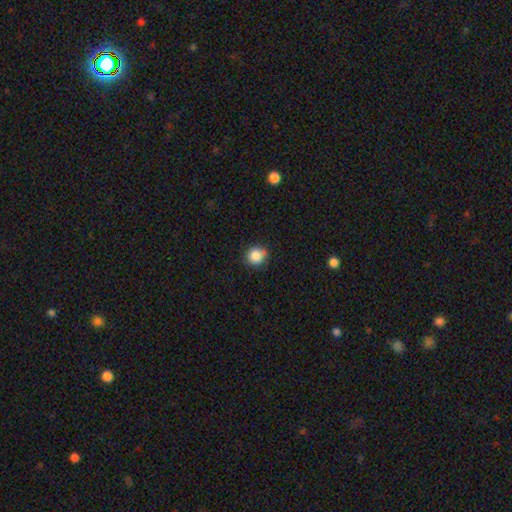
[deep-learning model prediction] The model was most divided on "merging": none: 79%, minor disturbance: 16%, major disturbance: 3%, merger: 2%. More confident: how rounded — round (88%); smooth or featured — smooth (85%).